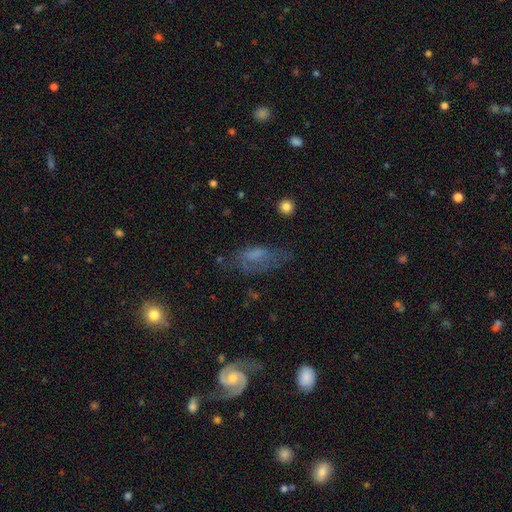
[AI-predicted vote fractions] Smooth or featured? smooth (48%)
Merging? none (47%)